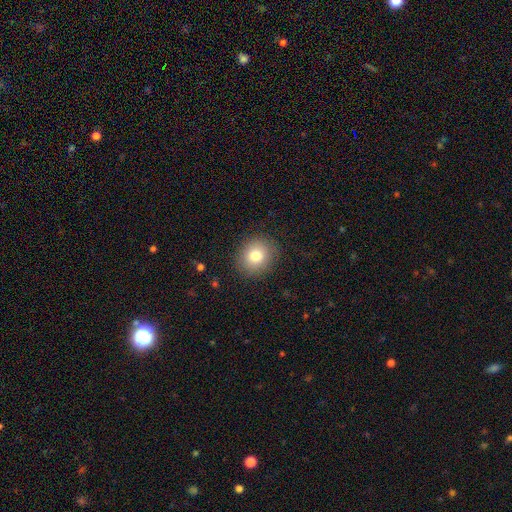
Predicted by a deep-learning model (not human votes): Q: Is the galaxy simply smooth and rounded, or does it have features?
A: smooth — 80%.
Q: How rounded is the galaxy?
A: round — 79%.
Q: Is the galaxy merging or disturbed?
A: none — 88%.